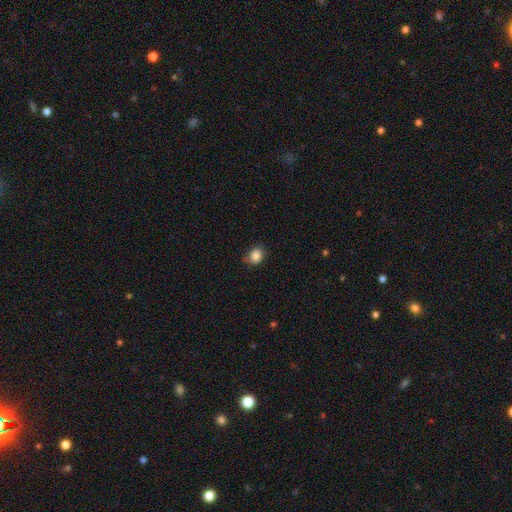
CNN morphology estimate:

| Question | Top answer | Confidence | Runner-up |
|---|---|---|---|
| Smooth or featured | smooth | 85% | star or artifact (10%) |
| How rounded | round | 58% | in between (41%) |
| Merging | none | 71% | minor disturbance (22%) |